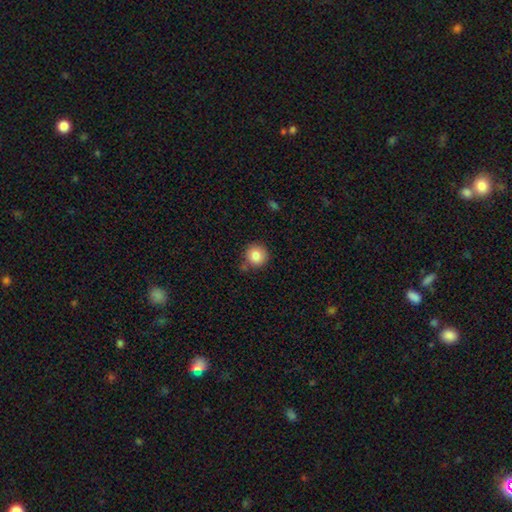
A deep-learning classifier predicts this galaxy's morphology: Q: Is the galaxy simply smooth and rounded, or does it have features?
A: smooth — 85%.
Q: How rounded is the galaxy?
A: round — 93%.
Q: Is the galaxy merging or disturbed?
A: none — 77%.